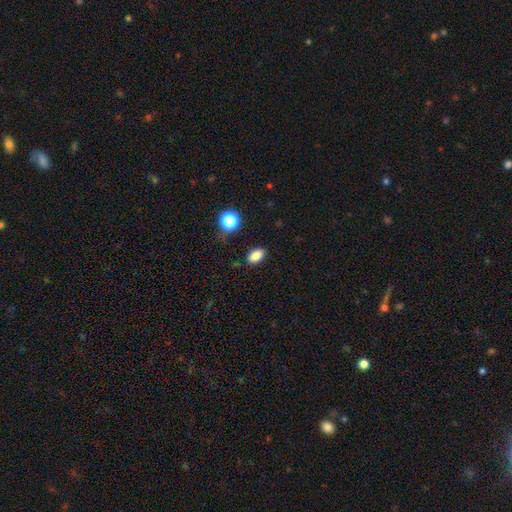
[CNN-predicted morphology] type=smooth (84%); roundness=in between (85%); merging=none (84%).